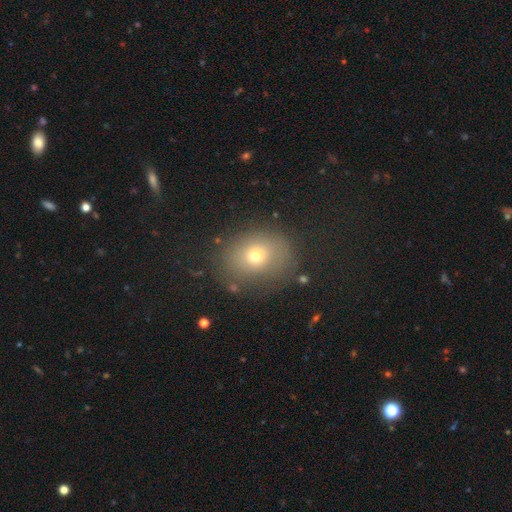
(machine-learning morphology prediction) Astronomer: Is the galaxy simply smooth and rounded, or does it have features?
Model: smooth — 67%.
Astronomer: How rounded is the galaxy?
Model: round — 57% (runner-up: in between, 42%).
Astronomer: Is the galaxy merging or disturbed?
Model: none — 74%.